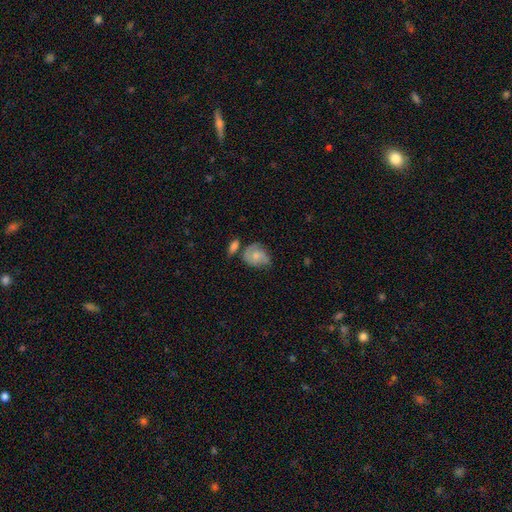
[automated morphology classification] Smooth or featured? Predicted: smooth (p=0.47). Merging? Predicted: none (p=0.42).